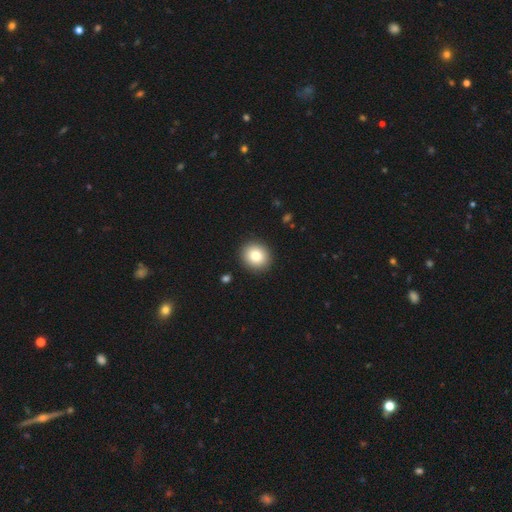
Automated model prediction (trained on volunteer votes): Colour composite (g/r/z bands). It shows a smooth galaxy with no disk features (83%) that is round (81%). Merging: none (91%).